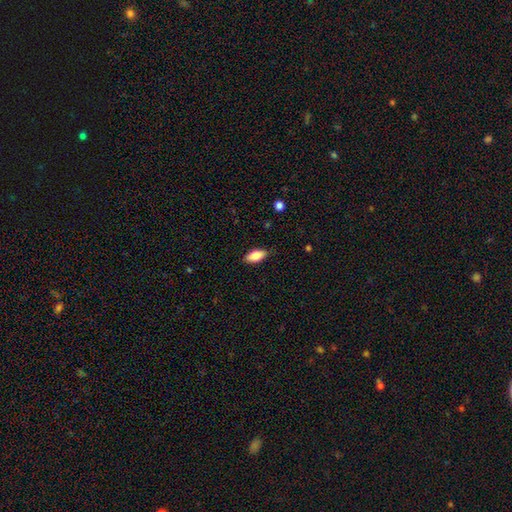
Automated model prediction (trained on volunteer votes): smooth_or_featured: smooth (p=0.83) [alt: featured or disk p=0.10]
how_rounded: in between (p=0.88) [alt: cigar-shaped p=0.09]
merging: none (p=0.86) [alt: minor disturbance p=0.11]